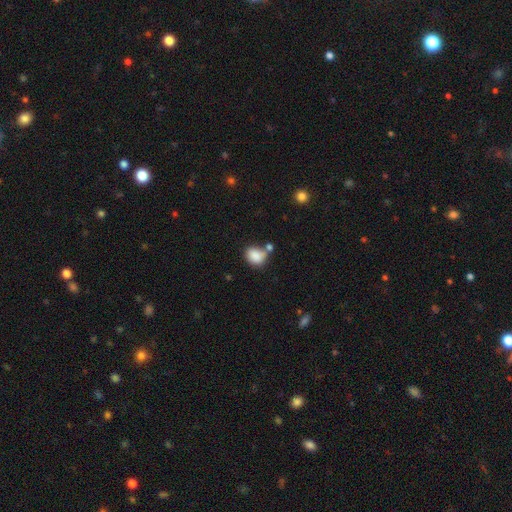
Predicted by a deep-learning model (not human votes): Q: Smooth or featured?
A: smooth (86%); runner-up: star or artifact (9%)
Q: How rounded?
A: in between (55%); runner-up: round (44%)
Q: Merging?
A: none (52%); runner-up: merger (26%)